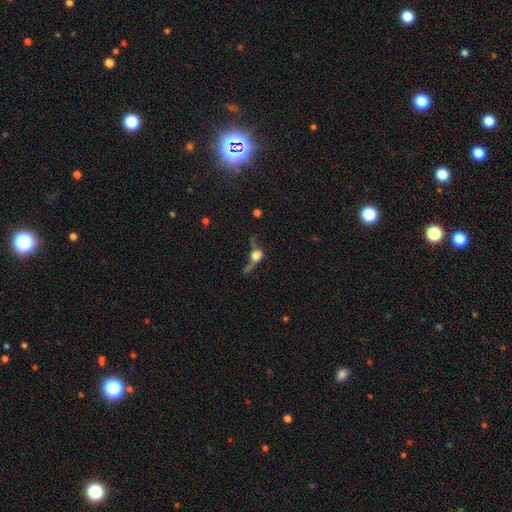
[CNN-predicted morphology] A smooth galaxy with no disk features (44%).

Vote fractions:
- Smooth or featured? smooth: 44% / featured or disk: 40% / star or artifact: 16%
- Merging? major disturbance: 42% / none: 29% / minor disturbance: 15% / merger: 14%